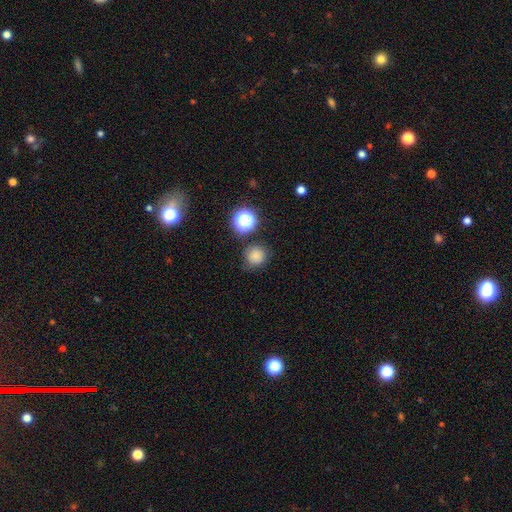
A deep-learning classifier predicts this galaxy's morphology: Overall: smooth (78%). How rounded: round (90%). Merging: none (77%).